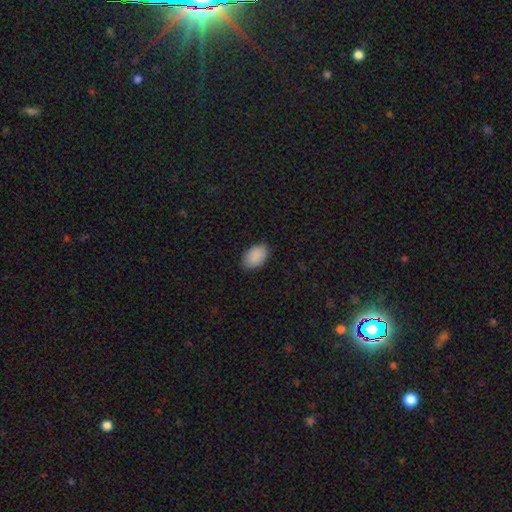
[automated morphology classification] Smooth or featured: smooth — 90% (star or artifact — 7%)
How rounded: in between — 90% (round — 9%)
Merging: none — 86% (minor disturbance — 11%)